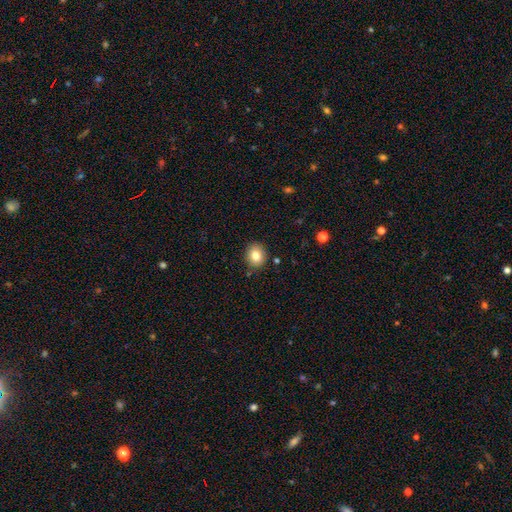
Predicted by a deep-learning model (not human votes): smooth 81%, star or artifact 10%, featured or disk 9%. Down the decision tree: how rounded — round (68%); merging — none (87%).